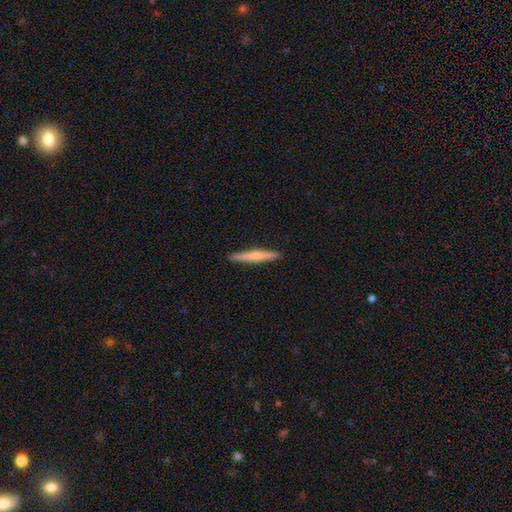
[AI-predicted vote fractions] This is possibly a smooth galaxy (49%). Merging: clearly none (91%).